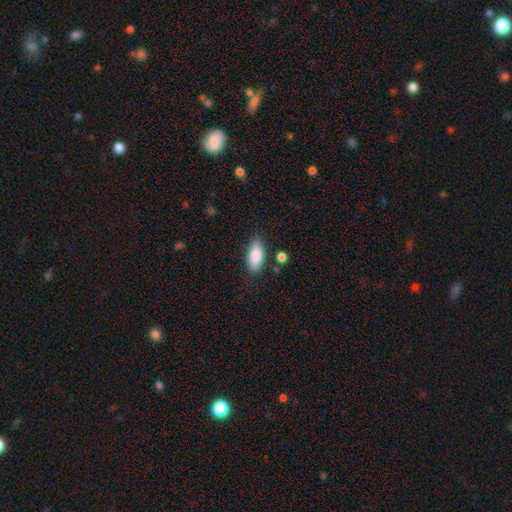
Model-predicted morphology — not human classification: The model was most divided on "merging": none: 79%, minor disturbance: 14%, major disturbance: 3%, merger: 3%. More confident: how rounded — in between (86%); smooth or featured — smooth (85%).